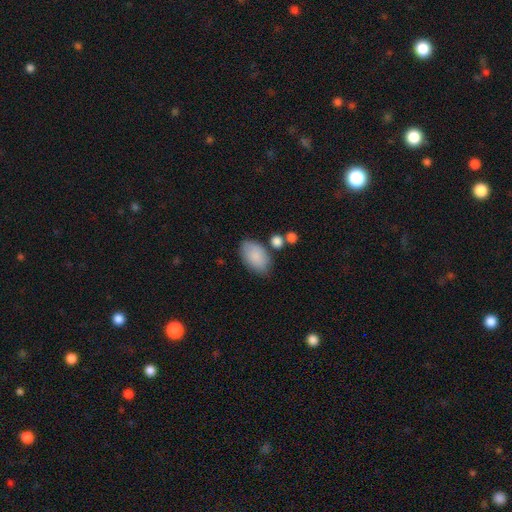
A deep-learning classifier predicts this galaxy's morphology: Smooth or featured? smooth (86%)
How rounded? in between (93%)
Merging? none (70%)